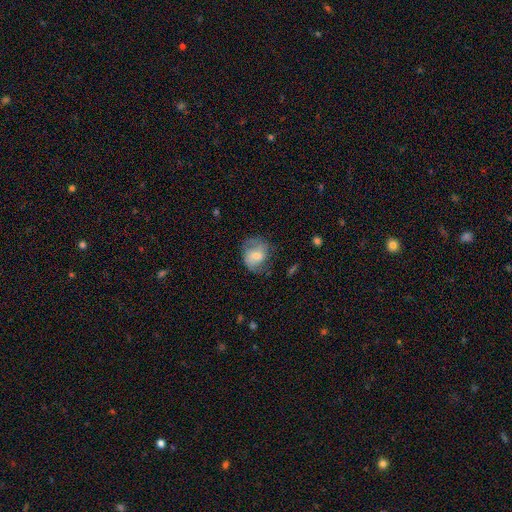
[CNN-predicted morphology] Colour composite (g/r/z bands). It shows a smooth galaxy with no disk features (46%, tied with featured or disk). Merging: none (57%).